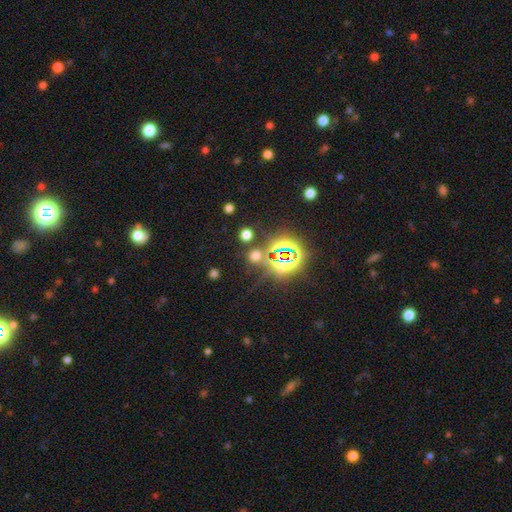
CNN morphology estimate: smooth_or_featured: star or artifact (p=0.48) [alt: smooth p=0.45]